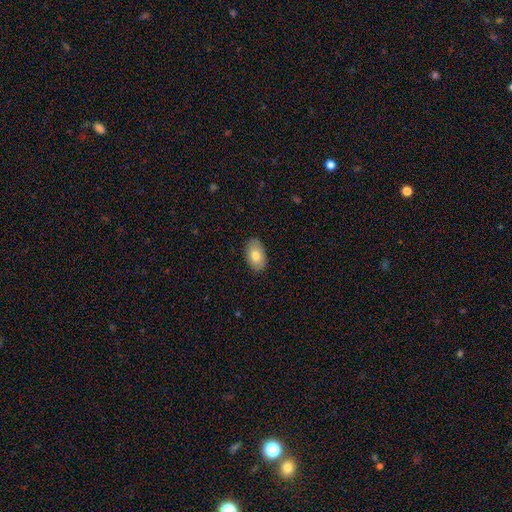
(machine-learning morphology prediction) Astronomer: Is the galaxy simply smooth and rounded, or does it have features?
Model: smooth — 79%.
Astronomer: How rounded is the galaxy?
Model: in between — 91%.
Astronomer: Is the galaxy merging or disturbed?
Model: none — 86%.